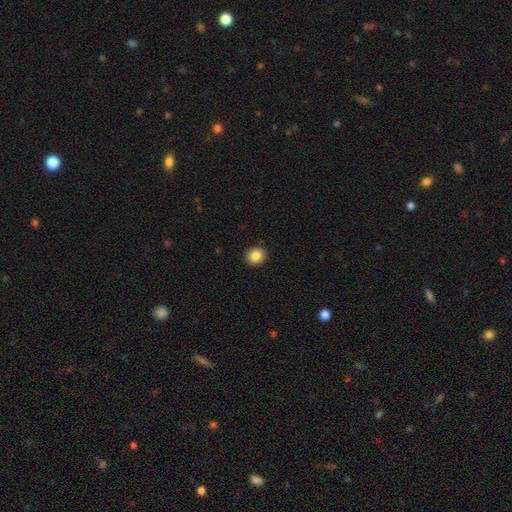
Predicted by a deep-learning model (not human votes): A smooth galaxy with no disk features (86%) that is round (75%).

Vote fractions:
- Smooth or featured? smooth: 86% / star or artifact: 9% / featured or disk: 5%
- How rounded? round: 75% / in between: 24% / cigar-shaped: 1%
- Merging? none: 91% / minor disturbance: 6% / major disturbance: 2% / merger: 1%